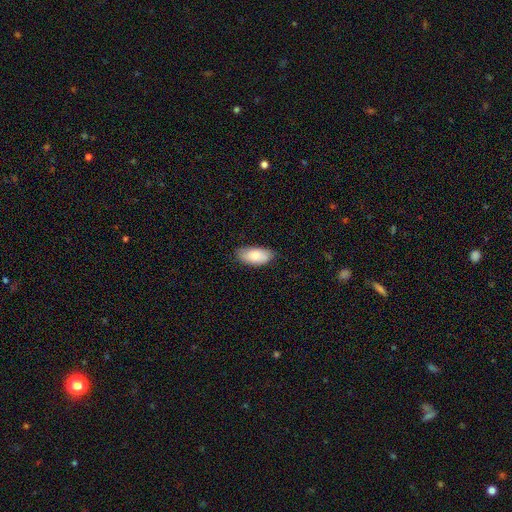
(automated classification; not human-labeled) Smooth or featured: smooth — 82% (featured or disk — 13%)
How rounded: in between — 92% (cigar-shaped — 6%)
Merging: none — 81% (minor disturbance — 16%)